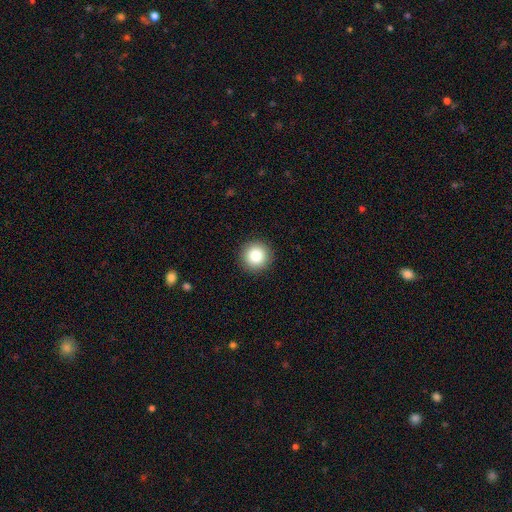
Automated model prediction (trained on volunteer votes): Smooth or featured?
  - smooth: 83% *
  - star or artifact: 10%
  - featured or disk: 7%
How rounded?
  - round: 96% *
  - in between: 3%
  - cigar-shaped: 1%
Merging?
  - none: 92% *
  - minor disturbance: 5%
  - major disturbance: 2%
  - merger: 1%